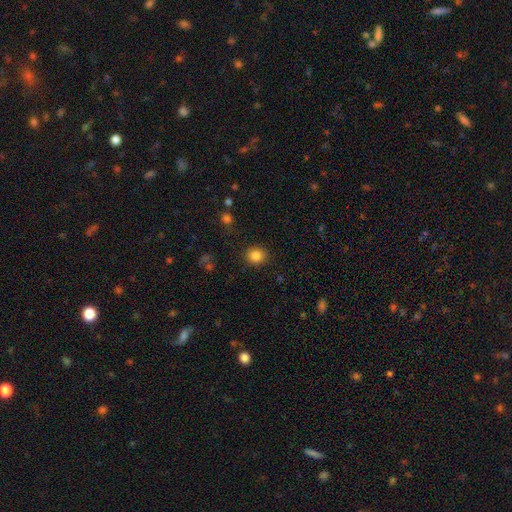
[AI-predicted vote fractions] The model was most divided on "how rounded": round: 81%, in between: 18%, cigar-shaped: 1%. More confident: merging — none (89%); smooth or featured — smooth (85%).